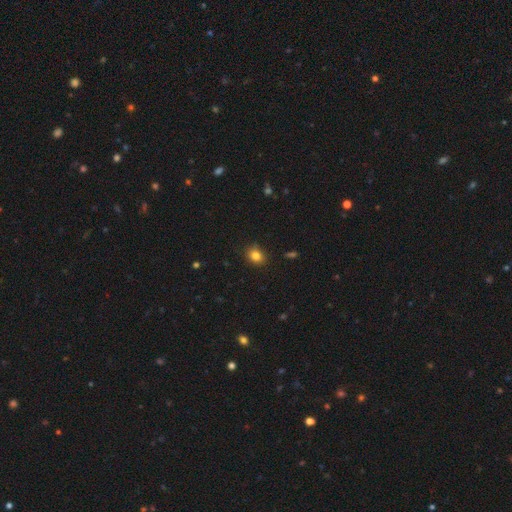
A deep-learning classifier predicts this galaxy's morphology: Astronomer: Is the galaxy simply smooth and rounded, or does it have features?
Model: smooth — 82%.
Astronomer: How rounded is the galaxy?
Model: round — 59% (runner-up: in between, 40%).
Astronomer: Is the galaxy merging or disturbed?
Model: none — 83%.